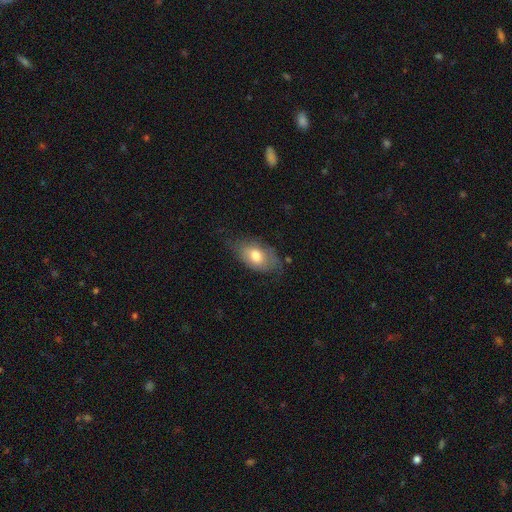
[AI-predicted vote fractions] smooth-or-featured: smooth: 69% | featured or disk: 24% | star or artifact: 7%
  how-rounded: in between: 89% | round: 8% | cigar-shaped: 3%
  merging: none: 57% | minor disturbance: 30% | major disturbance: 11% | merger: 2%